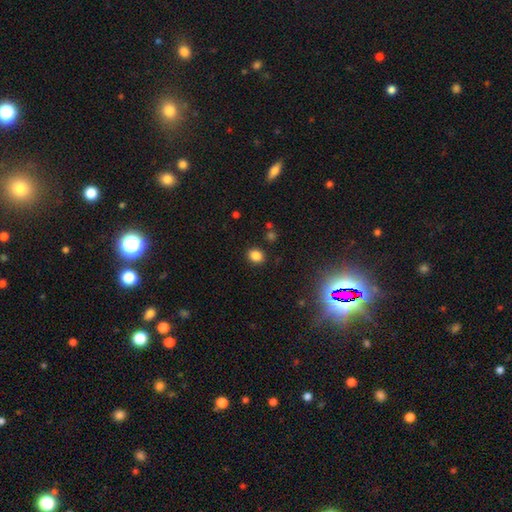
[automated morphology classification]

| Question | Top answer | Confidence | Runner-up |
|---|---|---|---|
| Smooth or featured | smooth | 83% | star or artifact (12%) |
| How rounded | round | 61% | in between (38%) |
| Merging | none | 88% | minor disturbance (7%) |